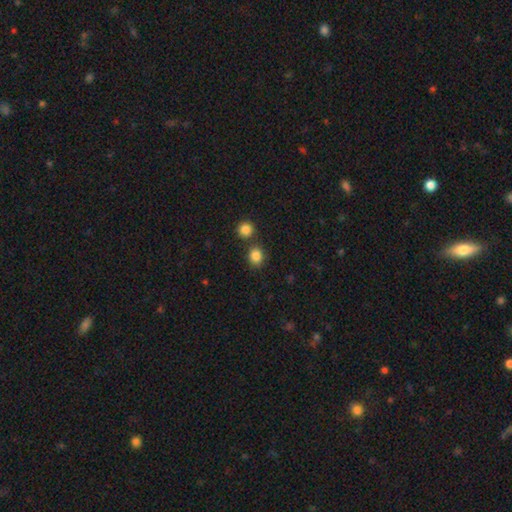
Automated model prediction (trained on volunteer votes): Overall: smooth (85%). How rounded: round (65%; in between 34%). Merging: none (70%).